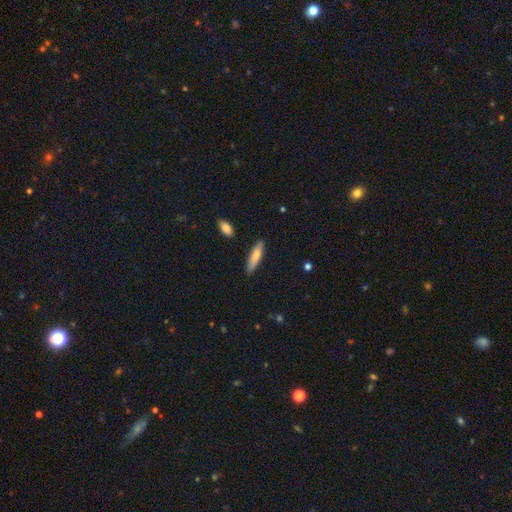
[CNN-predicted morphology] This appears to be a smooth galaxy with no disk features (74%) that is cigar-shaped (75%). Merging: none (86%).